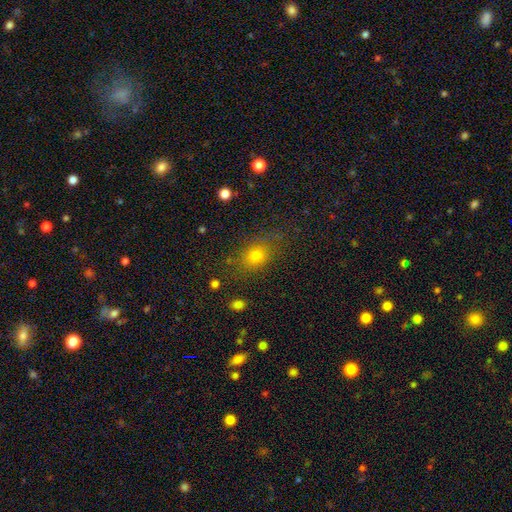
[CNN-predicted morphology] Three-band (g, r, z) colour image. It shows a smooth galaxy with no disk features (75%) that is in between round and cigar-shaped (63%). Merging: none (74%).